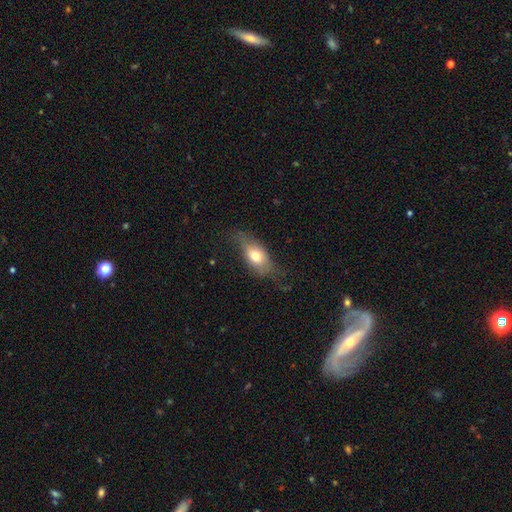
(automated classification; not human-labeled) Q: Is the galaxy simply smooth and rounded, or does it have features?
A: smooth — 67%.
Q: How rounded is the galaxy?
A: in between — 82%.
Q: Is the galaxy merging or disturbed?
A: none — 52%.